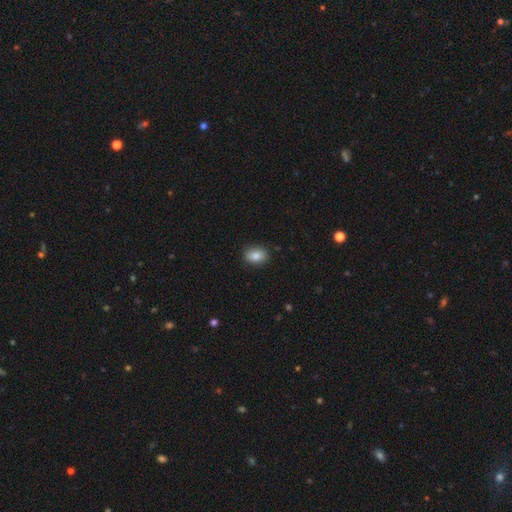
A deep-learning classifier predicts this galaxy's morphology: This is clearly a smooth galaxy (84%). How rounded: likely in between (76%). Merging: clearly none (87%).